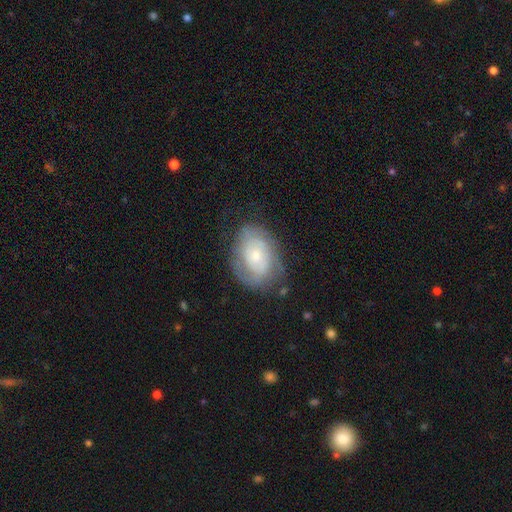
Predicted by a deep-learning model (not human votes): A featured or disk galaxy (67%) with no bar (78%), tight (62%) spiral arms (83%) and a small central bulge (53%). Merging: none (68%).